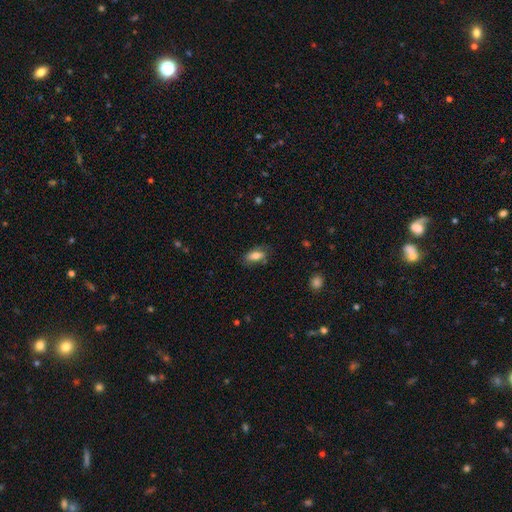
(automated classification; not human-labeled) Smooth or featured? smooth (76%)
How rounded? in between (83%)
Merging? none (69%)